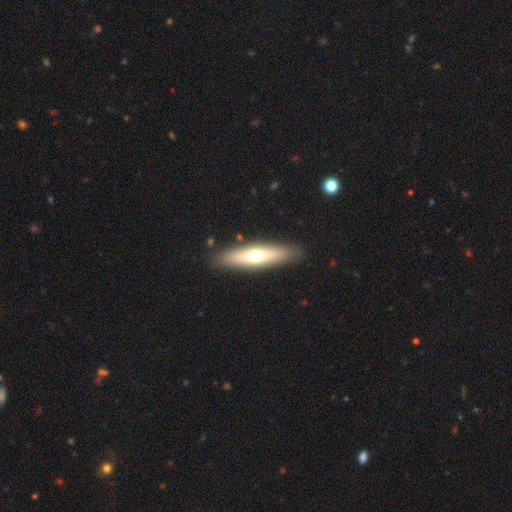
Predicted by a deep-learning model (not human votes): A smooth galaxy with no disk features (54%) that is cigar-shaped (70%). Merging: none (87%).